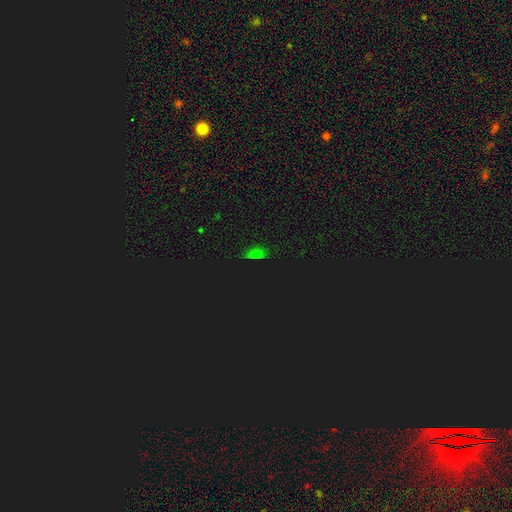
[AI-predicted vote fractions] smooth-or-featured: star or artifact: 48% | smooth: 43% | featured or disk: 9%